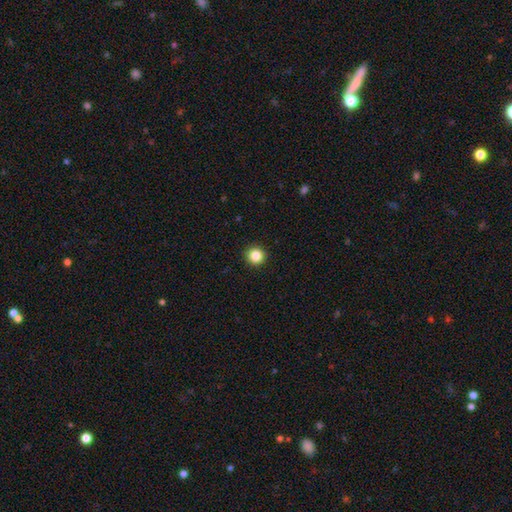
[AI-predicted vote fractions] The model was most divided on "smooth or featured": smooth: 85%, star or artifact: 11%, featured or disk: 4%. More confident: how rounded — round (95%); merging — none (93%).